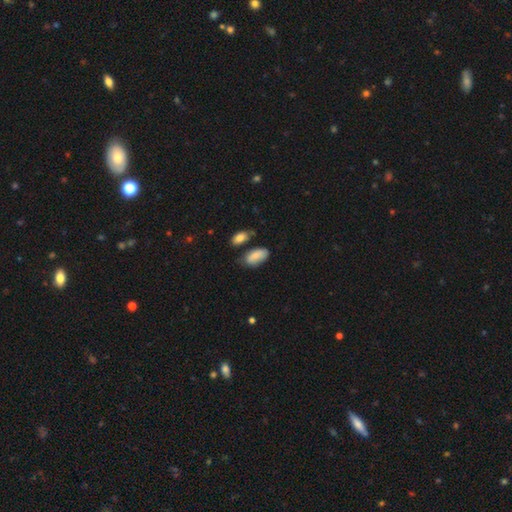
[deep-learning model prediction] A smooth galaxy with no disk features (81%) that is in between round and cigar-shaped (93%). Merging: none (61%).